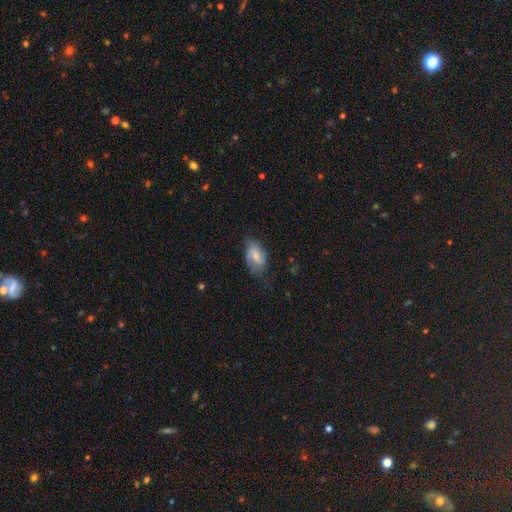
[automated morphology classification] Overall: smooth (58%; featured or disk 35%). How rounded: in between (90%). Merging: none (49%; minor disturbance 35%).